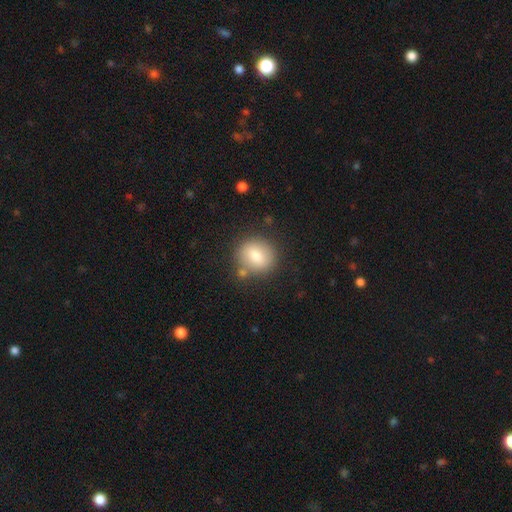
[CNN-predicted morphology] smooth-or-featured: smooth: 79% | featured or disk: 13% | star or artifact: 9%
  how-rounded: round: 81% | in between: 18% | cigar-shaped: 1%
  merging: none: 79% | minor disturbance: 11% | merger: 6% | major disturbance: 3%